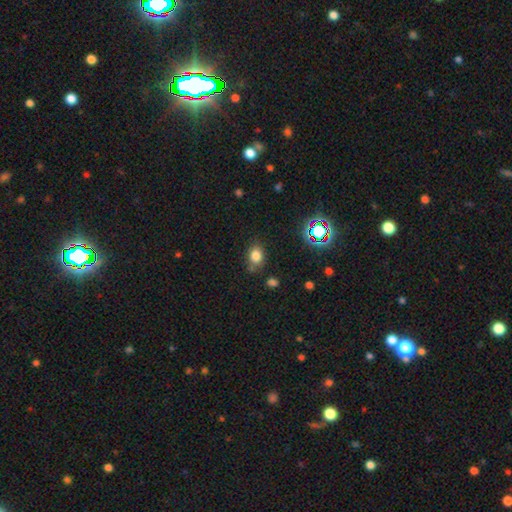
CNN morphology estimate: Smooth or featured? Predicted: smooth (p=0.78). How rounded? Predicted: in between (p=0.65). Merging? Predicted: none (p=0.74).